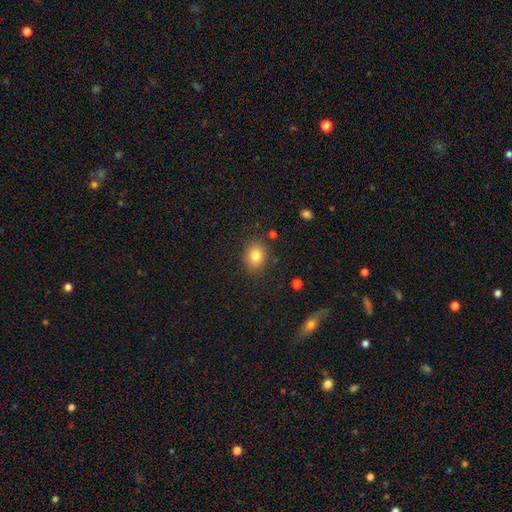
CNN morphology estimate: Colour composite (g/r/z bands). It shows a smooth galaxy with no disk features (82%) that is in between round and cigar-shaped (50%). Merging: none (83%).